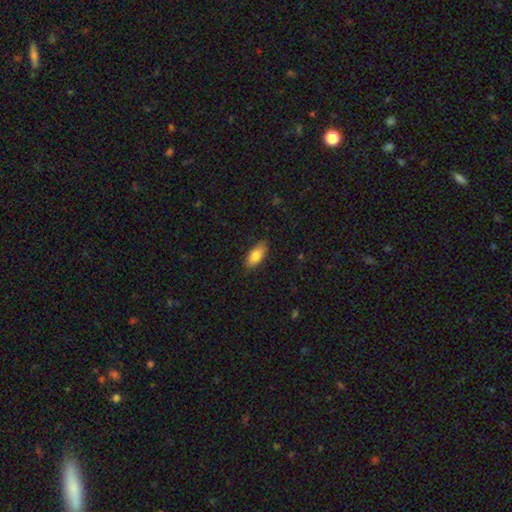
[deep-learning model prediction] The model was most divided on "smooth or featured": smooth: 83%, featured or disk: 11%, star or artifact: 6%. More confident: merging — none (86%); how rounded — in between (86%).